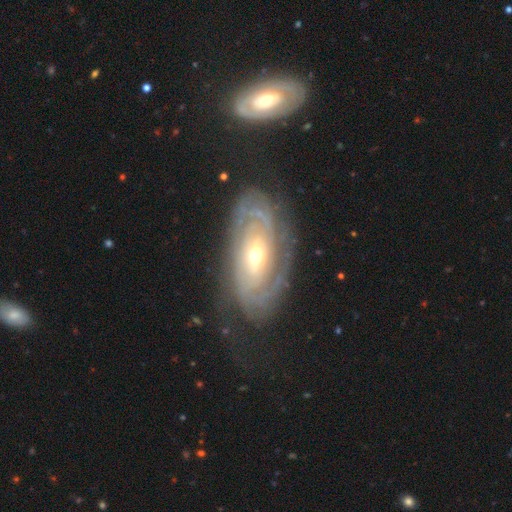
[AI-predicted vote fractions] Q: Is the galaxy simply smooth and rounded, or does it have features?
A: featured or disk — 86%.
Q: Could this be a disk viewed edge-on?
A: no — 93%.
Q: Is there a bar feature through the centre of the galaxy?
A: no — 67%.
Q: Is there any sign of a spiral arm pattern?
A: yes — 92%.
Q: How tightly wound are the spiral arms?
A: tight — 79%.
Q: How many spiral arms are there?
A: can't tell — 45%.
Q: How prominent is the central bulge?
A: moderate — 49%.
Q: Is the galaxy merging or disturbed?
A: none — 72%.